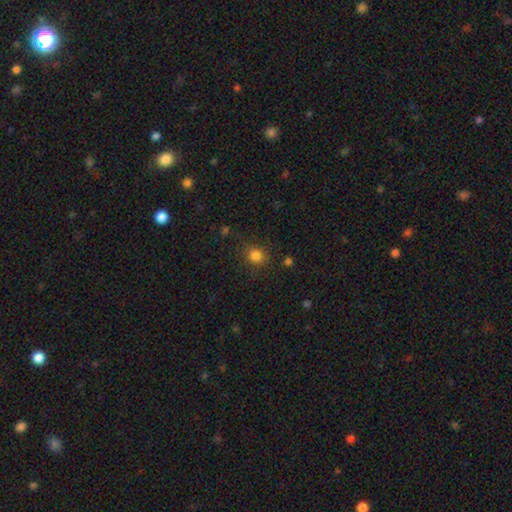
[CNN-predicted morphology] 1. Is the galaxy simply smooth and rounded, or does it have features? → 82% smooth, 13% star or artifact, 5% featured or disk.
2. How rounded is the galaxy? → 78% round, 21% in between, 1% cigar-shaped.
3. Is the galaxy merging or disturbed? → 83% none, 11% minor disturbance, 4% major disturbance, 2% merger.